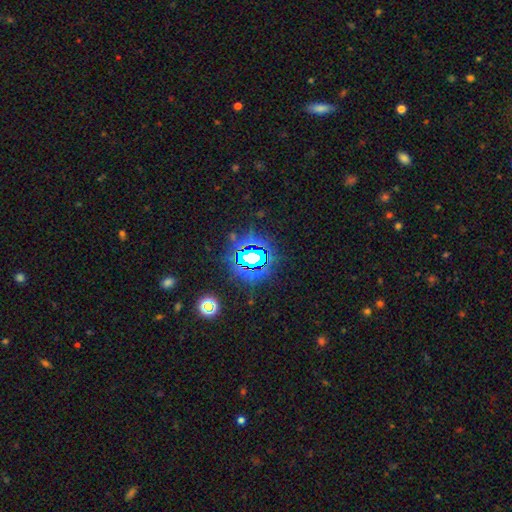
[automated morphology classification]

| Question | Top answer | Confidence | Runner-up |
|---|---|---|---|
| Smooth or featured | star or artifact | 81% | smooth (12%) |